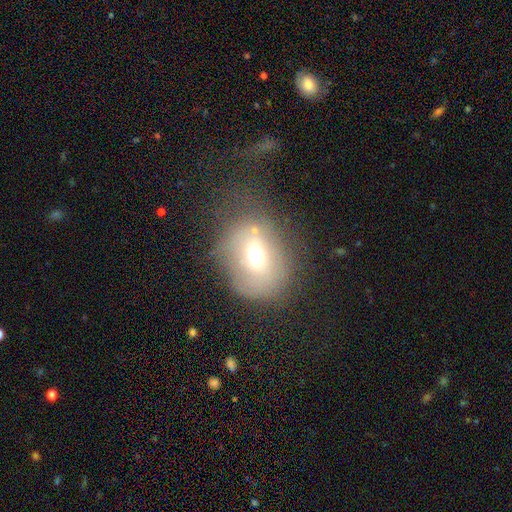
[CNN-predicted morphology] smooth_or_featured: smooth (p=0.59) [alt: featured or disk p=0.26]
how_rounded: round (p=0.52) [alt: in between p=0.47]
merging: none (p=0.48) [alt: minor disturbance p=0.26]